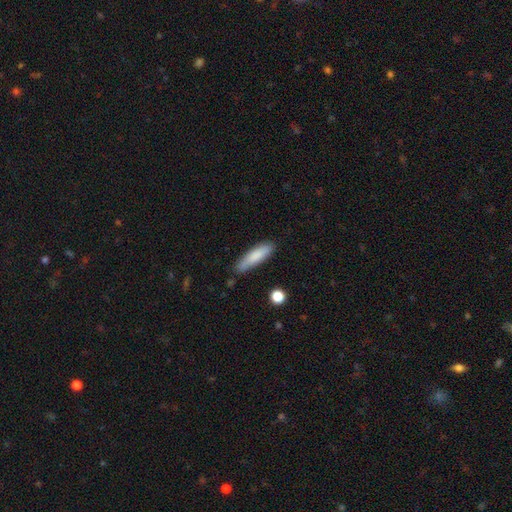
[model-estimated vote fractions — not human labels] This appears to be a smooth galaxy with no disk features (81%) that is cigar-shaped (70%). Merging: none (79%).